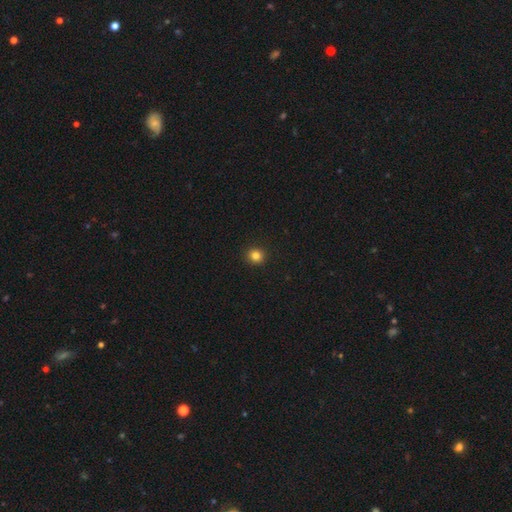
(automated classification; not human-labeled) Q: Smooth or featured?
A: smooth (83%); runner-up: star or artifact (12%)
Q: How rounded?
A: round (89%); runner-up: in between (10%)
Q: Merging?
A: none (92%); runner-up: minor disturbance (5%)